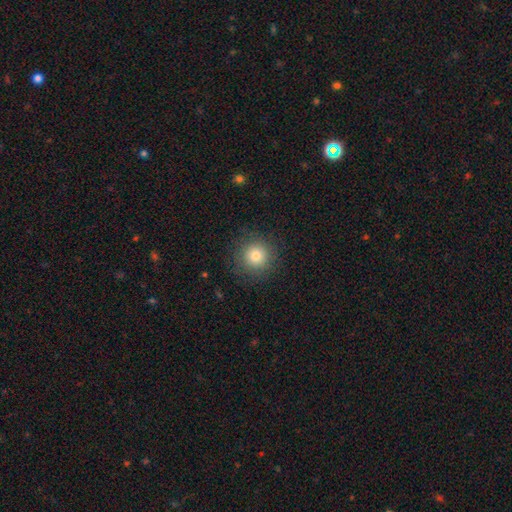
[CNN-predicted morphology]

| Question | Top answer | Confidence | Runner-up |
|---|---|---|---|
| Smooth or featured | smooth | 81% | star or artifact (12%) |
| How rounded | round | 95% | in between (5%) |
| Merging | none | 89% | minor disturbance (7%) |